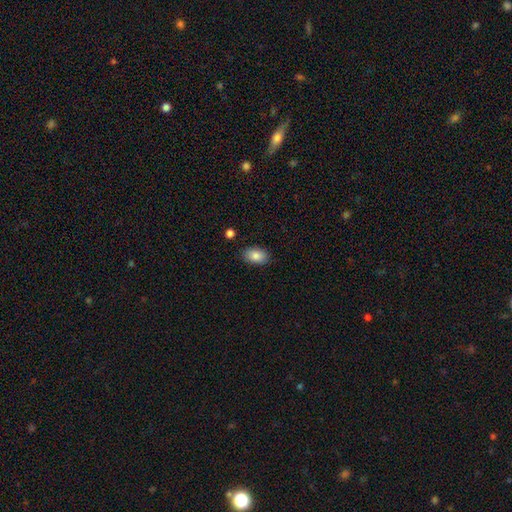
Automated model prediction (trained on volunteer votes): This is clearly a smooth galaxy (84%). How rounded: clearly in between (90%). Merging: clearly none (86%).